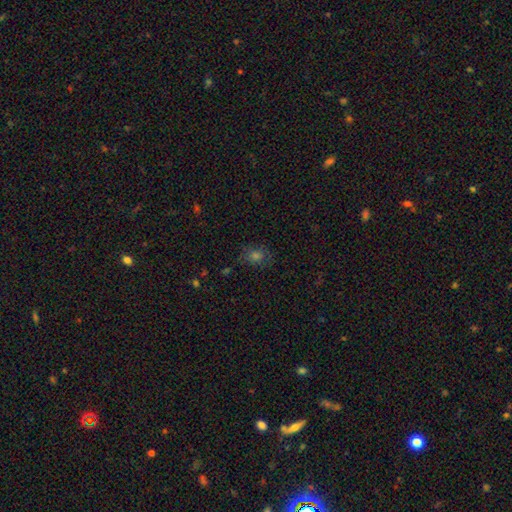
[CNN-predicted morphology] Overall: smooth (60%; star or artifact 27%). How rounded: round (57%; in between 42%). Merging: none (77%).